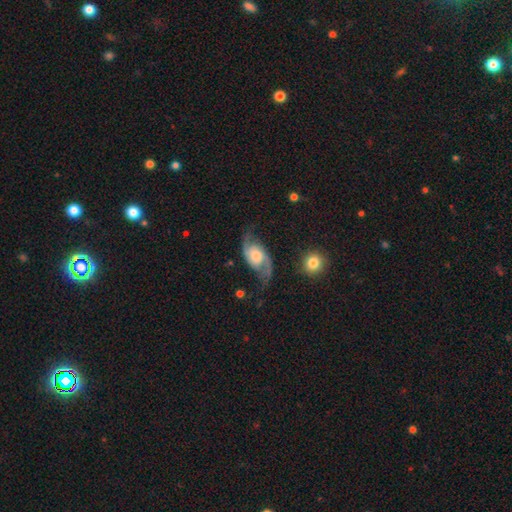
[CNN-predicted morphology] A featured or disk galaxy (83%) with no bar (63%), 2 (93%) loose (50%) spiral arms (96%) and a moderate central bulge (48%). Merging: none (64%).